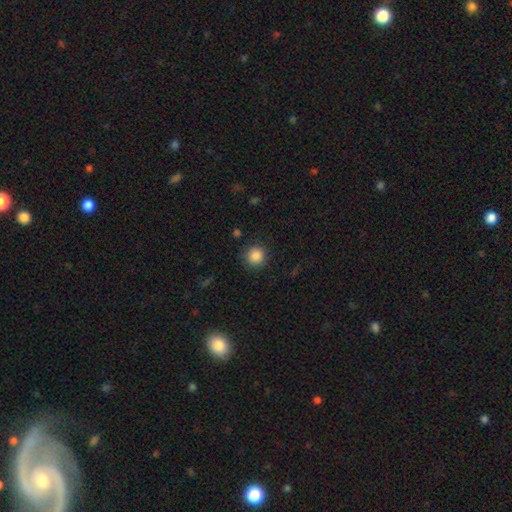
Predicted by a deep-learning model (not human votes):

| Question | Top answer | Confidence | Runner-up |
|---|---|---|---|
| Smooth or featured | smooth | 87% | star or artifact (10%) |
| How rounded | round | 94% | in between (5%) |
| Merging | none | 89% | minor disturbance (7%) |